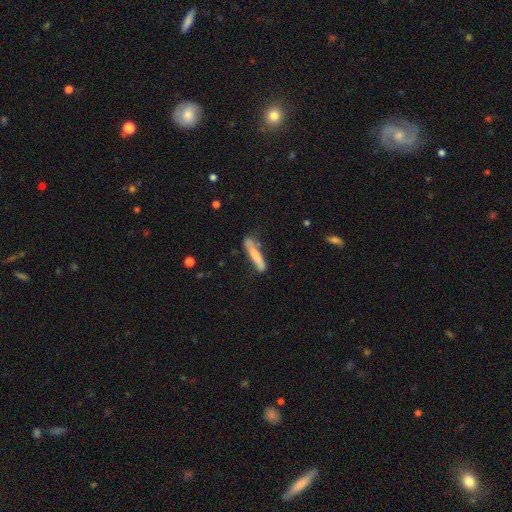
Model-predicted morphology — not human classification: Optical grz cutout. It shows a smooth galaxy with no disk features (71%) that is cigar-shaped (91%). Merging: none (63%).